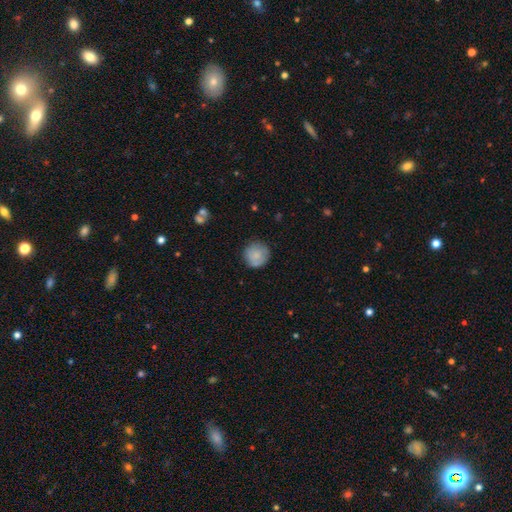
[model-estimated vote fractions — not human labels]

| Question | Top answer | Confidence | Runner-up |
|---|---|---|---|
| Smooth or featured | smooth | 76% | featured or disk (17%) |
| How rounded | round | 93% | in between (6%) |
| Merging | none | 80% | minor disturbance (14%) |